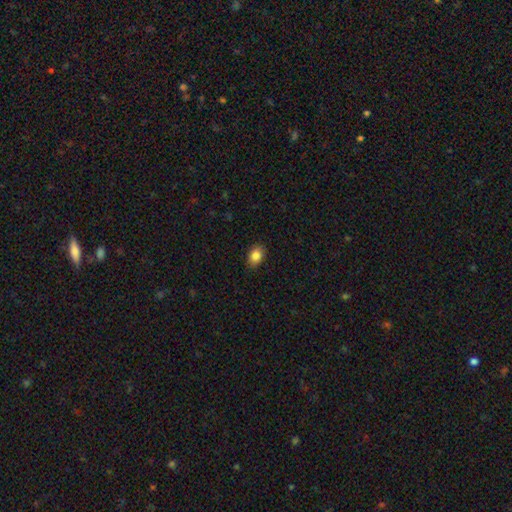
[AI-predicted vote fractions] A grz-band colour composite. It shows a smooth galaxy with no disk features (87%) that is in between round and cigar-shaped (77%). Merging: none (87%).